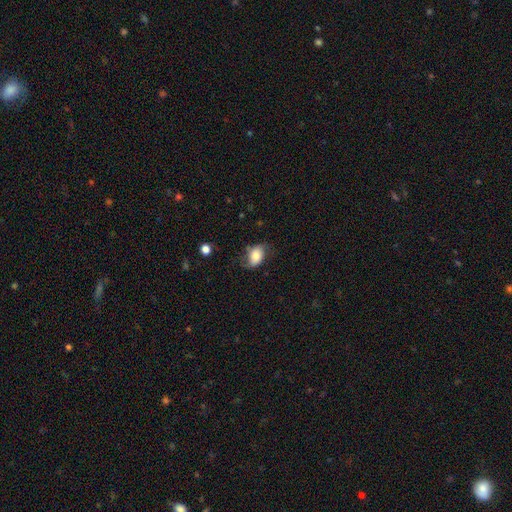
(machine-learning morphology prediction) Q: Smooth or featured?
A: smooth (65%); runner-up: featured or disk (27%)
Q: How rounded?
A: in between (84%); runner-up: round (14%)
Q: Merging?
A: none (56%); runner-up: minor disturbance (29%)